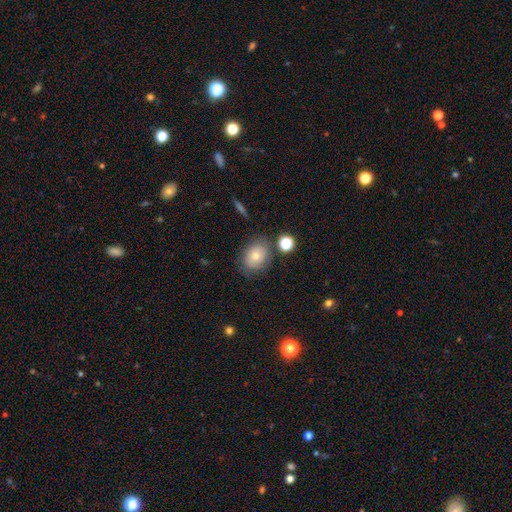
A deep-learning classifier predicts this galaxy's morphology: A smooth galaxy with no disk features (74%) that is in between round and cigar-shaped (51%).

Vote fractions:
- Smooth or featured? smooth: 74% / featured or disk: 15% / star or artifact: 11%
- How rounded? in between: 51% / round: 48% / cigar-shaped: 1%
- Merging? none: 75% / minor disturbance: 15% / merger: 6% / major disturbance: 5%